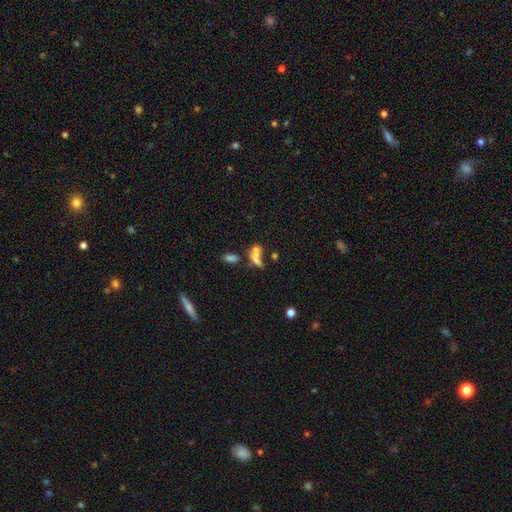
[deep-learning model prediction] Smooth or featured? Predicted: smooth (p=0.61). How rounded? Predicted: in between (p=0.67). Merging? Predicted: merger (p=0.53).